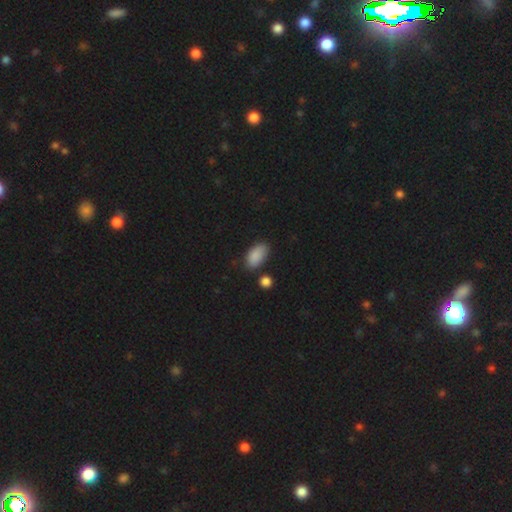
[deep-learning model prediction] Smooth or featured?
  - smooth: 88% *
  - star or artifact: 8%
  - featured or disk: 5%
How rounded?
  - in between: 92% *
  - round: 4%
  - cigar-shaped: 4%
Merging?
  - none: 73% *
  - minor disturbance: 17%
  - merger: 5%
  - major disturbance: 4%